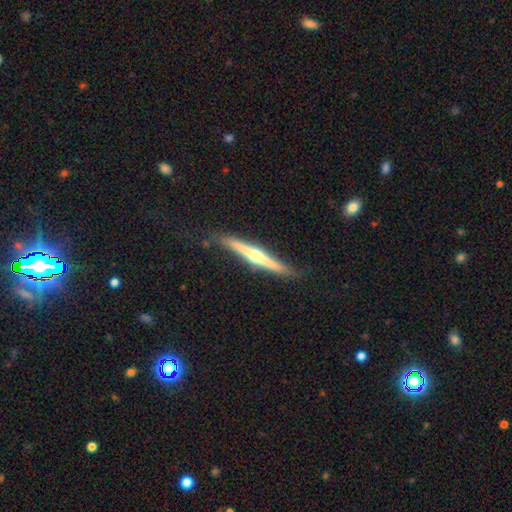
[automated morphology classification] Smooth or featured? Predicted: featured or disk (p=0.76). Edge-on disk? Predicted: yes (p=0.98). Edge-on bulge? Predicted: rounded (p=0.92). Merging? Predicted: none (p=0.79).